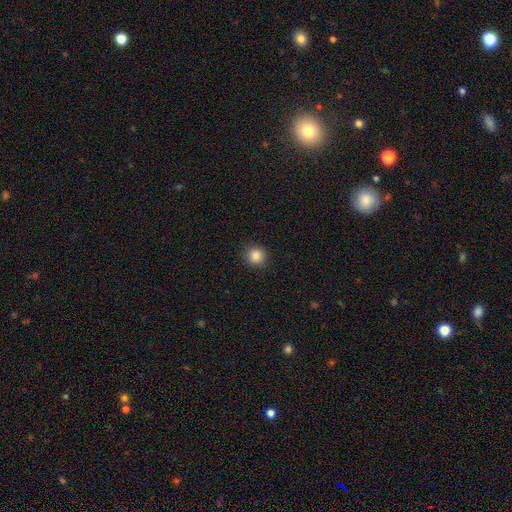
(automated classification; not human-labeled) Smooth or featured? Predicted: smooth (p=0.87). How rounded? Predicted: round (p=0.91). Merging? Predicted: none (p=0.90).